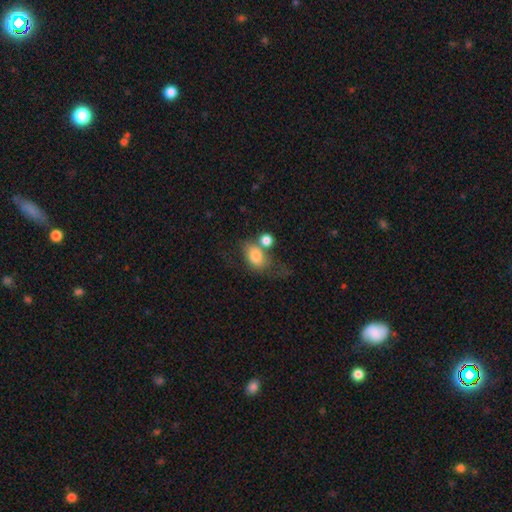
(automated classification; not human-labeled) smooth-or-featured: smooth: 76% | featured or disk: 15% | star or artifact: 9%
  how-rounded: in between: 68% | round: 30% | cigar-shaped: 2%
  merging: merger: 37% | none: 31% | minor disturbance: 16% | major disturbance: 15%